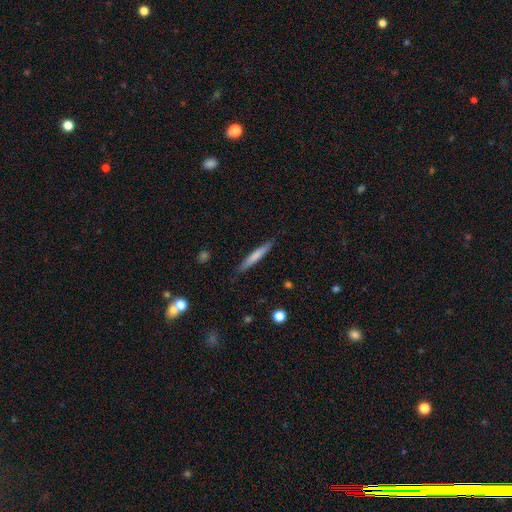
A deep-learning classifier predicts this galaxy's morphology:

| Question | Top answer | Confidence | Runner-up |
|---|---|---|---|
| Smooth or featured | smooth | 67% | featured or disk (27%) |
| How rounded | cigar-shaped | 94% | in between (4%) |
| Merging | none | 85% | minor disturbance (11%) |